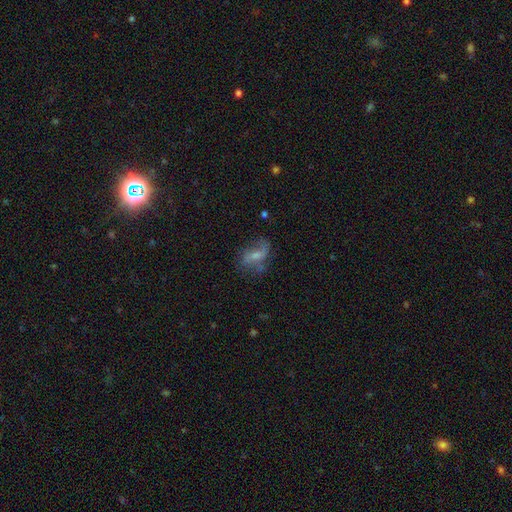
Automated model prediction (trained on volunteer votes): smooth_or_featured: featured or disk (p=0.55) [alt: smooth p=0.35]
disk_edge_on: no (p=0.94) [alt: yes p=0.06]
bar: weak (p=0.42) [alt: no p=0.41]
has_spiral_arms: yes (p=0.73) [alt: no p=0.27]
bulge_size: small (p=0.44) [alt: moderate p=0.33]
merging: none (p=0.49) [alt: minor disturbance p=0.25]